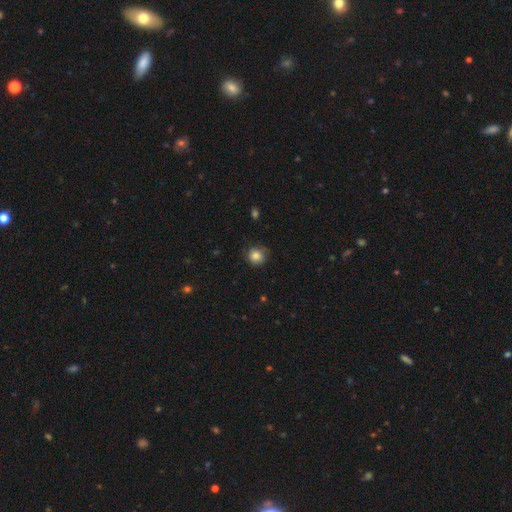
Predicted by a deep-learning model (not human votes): The model was most divided on "merging": none: 75%, minor disturbance: 19%, major disturbance: 5%, merger: 1%. More confident: how rounded — round (92%); smooth or featured — smooth (81%).